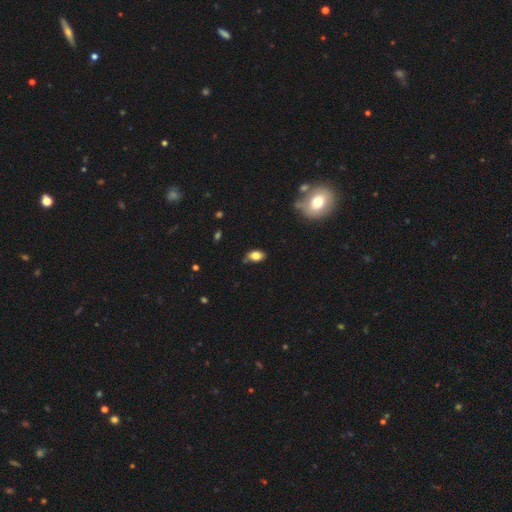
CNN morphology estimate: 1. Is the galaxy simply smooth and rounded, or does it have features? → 78% smooth, 12% featured or disk, 9% star or artifact.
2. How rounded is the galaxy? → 87% in between, 10% round, 3% cigar-shaped.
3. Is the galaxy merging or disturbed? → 66% none, 26% minor disturbance, 5% major disturbance, 3% merger.